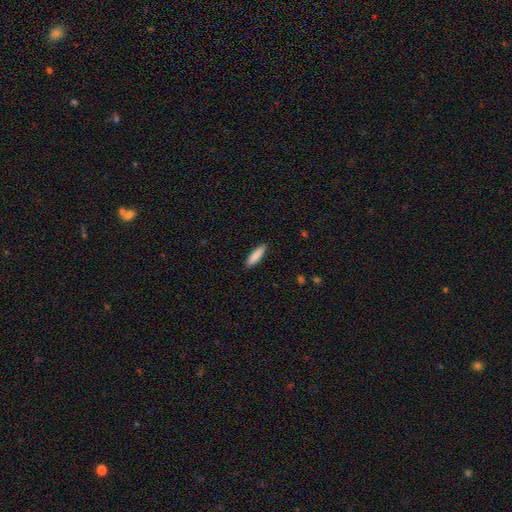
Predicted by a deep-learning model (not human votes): A smooth galaxy with no disk features (87%) that is cigar-shaped (72%). Merging: none (89%).